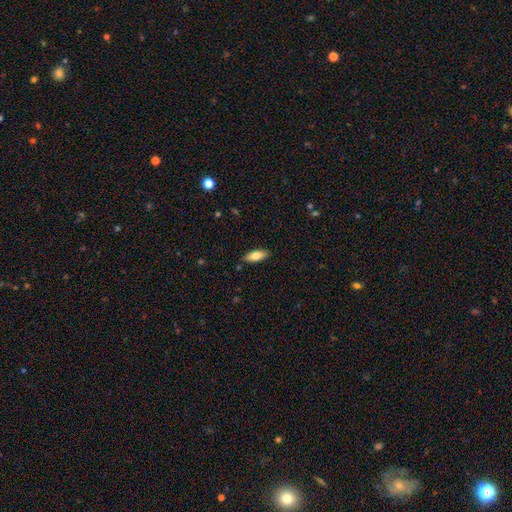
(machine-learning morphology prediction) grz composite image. It shows a smooth galaxy with no disk features (78%) that is in between round and cigar-shaped (76%). Merging: none (87%).